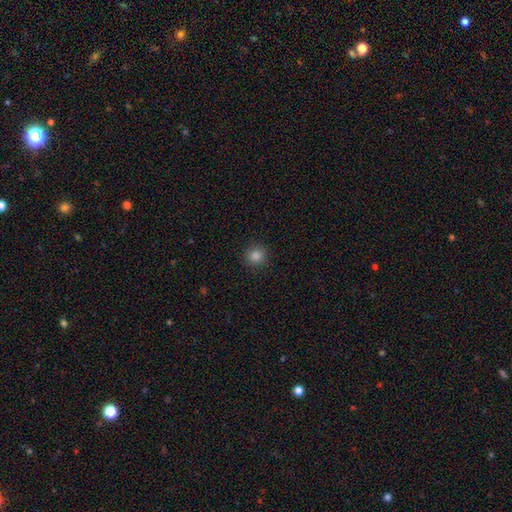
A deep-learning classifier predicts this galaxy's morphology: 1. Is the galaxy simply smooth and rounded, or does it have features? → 83% smooth, 13% star or artifact, 4% featured or disk.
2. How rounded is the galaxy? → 93% round, 6% in between, 1% cigar-shaped.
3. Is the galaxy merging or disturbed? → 92% none, 5% minor disturbance, 2% major disturbance, 1% merger.